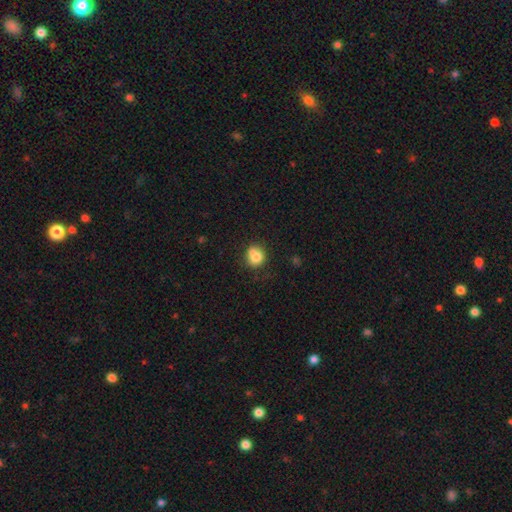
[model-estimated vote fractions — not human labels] smooth 78%, featured or disk 12%, star or artifact 10%. Down the decision tree: how rounded — round (71%); merging — none (50%).